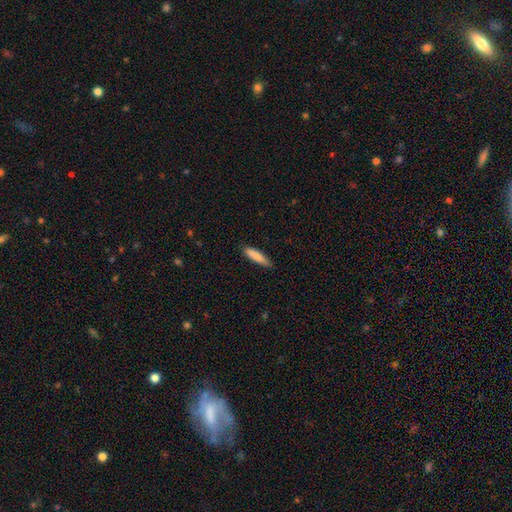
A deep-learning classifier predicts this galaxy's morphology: type=smooth (85%); roundness=cigar-shaped (81%); merging=none (85%).